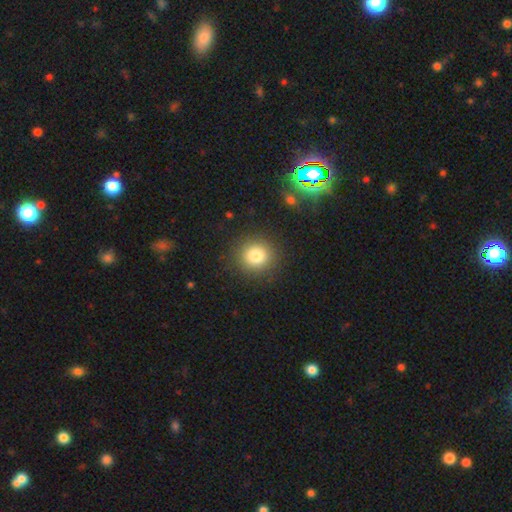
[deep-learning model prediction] Smooth or featured? smooth (81%)
How rounded? round (89%)
Merging? none (89%)